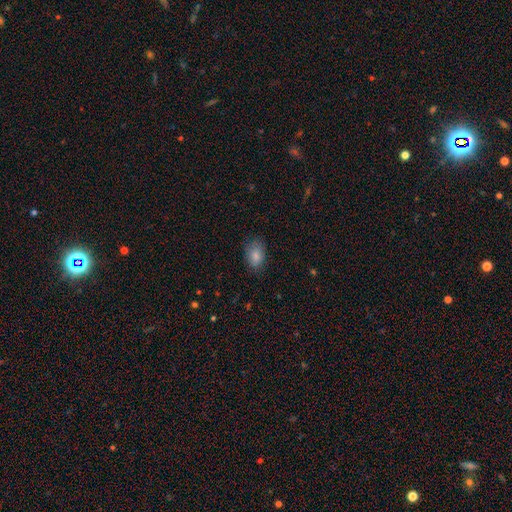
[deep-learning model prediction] smooth-or-featured: smooth: 85% | star or artifact: 8% | featured or disk: 7%
  how-rounded: in between: 83% | round: 15% | cigar-shaped: 1%
  merging: none: 78% | minor disturbance: 17% | major disturbance: 4% | merger: 1%